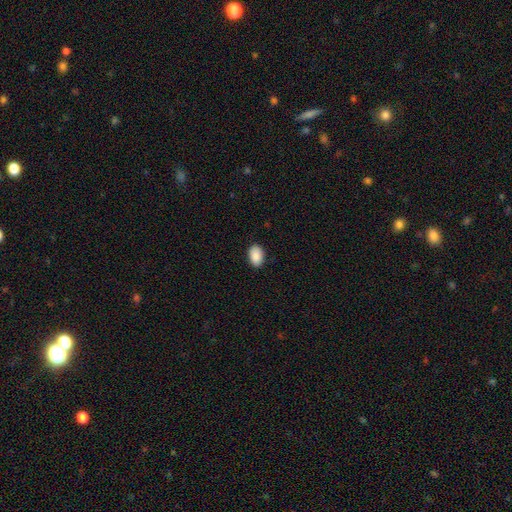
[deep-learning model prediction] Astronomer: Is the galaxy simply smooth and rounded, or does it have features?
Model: smooth — 90%.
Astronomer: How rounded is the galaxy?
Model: in between — 88%.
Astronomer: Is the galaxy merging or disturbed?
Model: none — 87%.